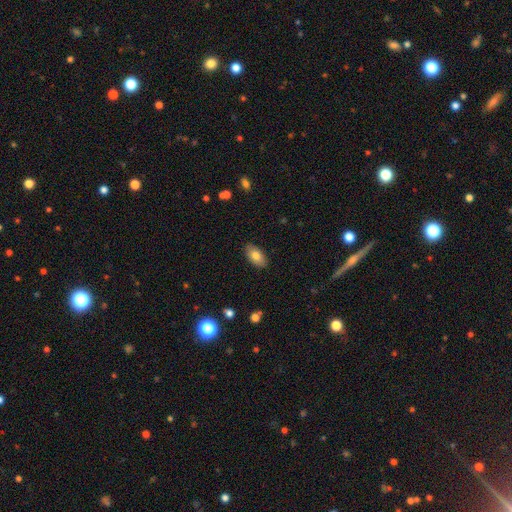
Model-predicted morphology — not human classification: smooth 78%, featured or disk 15%, star or artifact 7%. Down the decision tree: how rounded — in between (94%); merging — none (88%).